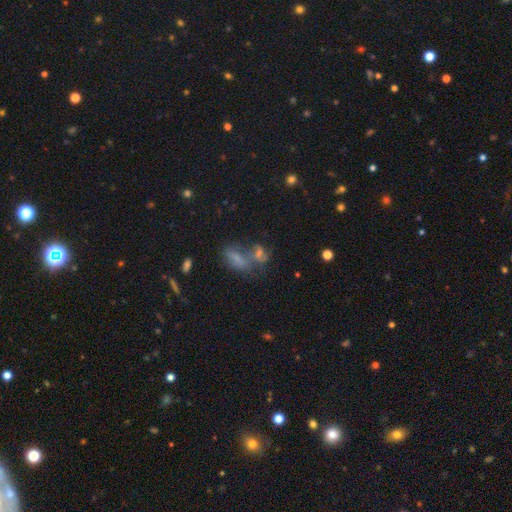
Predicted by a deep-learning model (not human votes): smooth_or_featured: smooth (p=0.51) [alt: star or artifact p=0.28]
how_rounded: in between (p=0.70) [alt: round p=0.16]
merging: merger (p=0.43) [alt: none p=0.36]